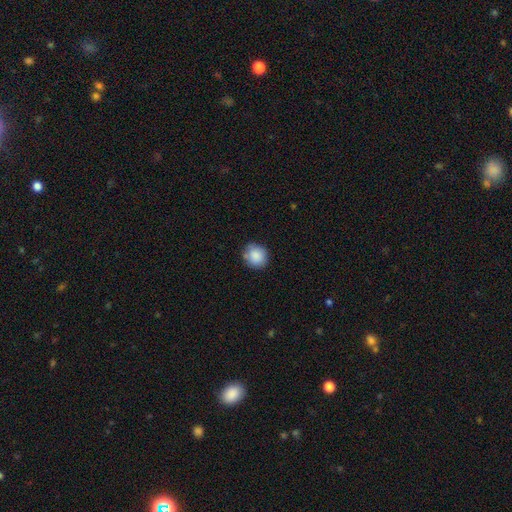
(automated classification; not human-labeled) Morphology: type=smooth (87%); roundness=round (88%); merging=none (80%).